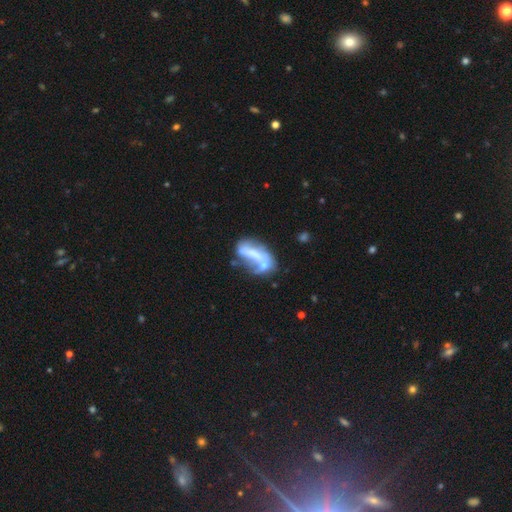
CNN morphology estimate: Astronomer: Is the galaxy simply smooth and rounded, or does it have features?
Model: featured or disk — 54% (runner-up: smooth, 37%).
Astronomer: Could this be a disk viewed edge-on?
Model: no — 92%.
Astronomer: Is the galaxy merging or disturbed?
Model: merger — 31% (runner-up: none, 26%).